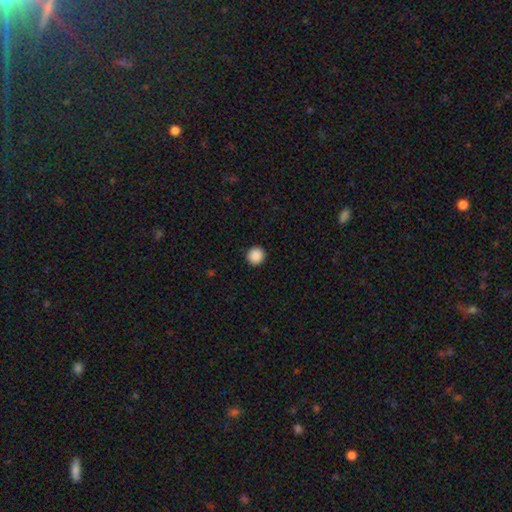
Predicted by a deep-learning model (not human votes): smooth 89%, star or artifact 9%, featured or disk 2%. Down the decision tree: how rounded — round (94%); merging — none (93%).